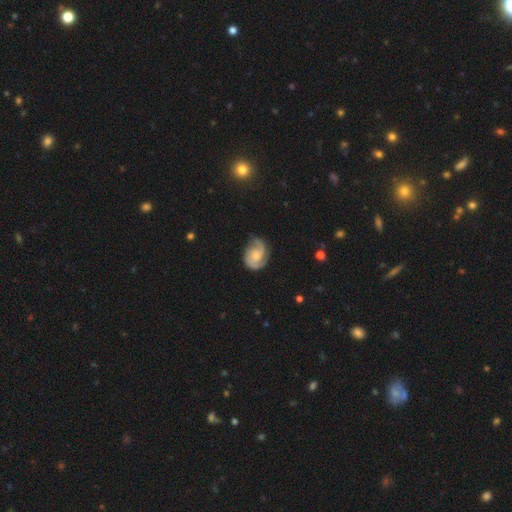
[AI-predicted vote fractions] Smooth or featured: featured or disk — 78% (smooth — 16%)
Edge-on disk: no — 98% (yes — 2%)
Bar: no — 66% (weak — 30%)
Spiral arms: yes — 96% (no — 4%)
Spiral winding: tight — 43% (tied with medium — 43%)
Spiral arm count: 2 — 73% (can't tell — 9%)
Bulge size: small — 41% (moderate — 35%)
Merging: none — 67% (minor disturbance — 22%)